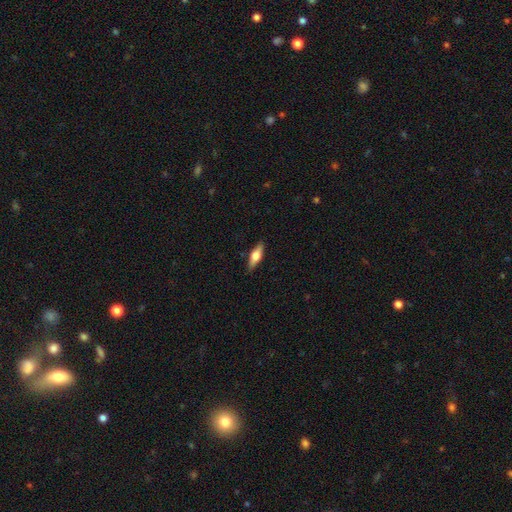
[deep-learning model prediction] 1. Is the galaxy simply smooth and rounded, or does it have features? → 49% smooth, 45% featured or disk, 6% star or artifact.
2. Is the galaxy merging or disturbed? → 88% none, 9% minor disturbance, 2% major disturbance, 1% merger.